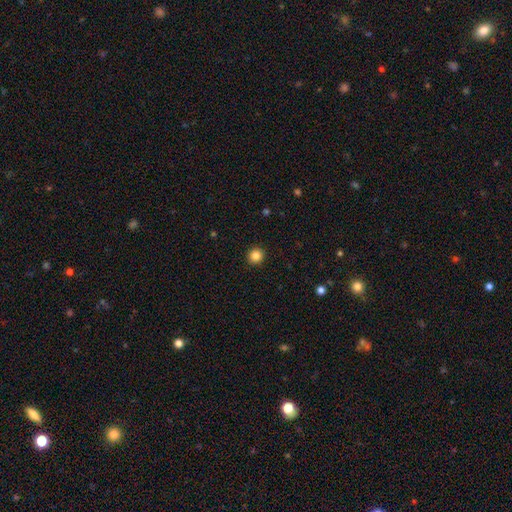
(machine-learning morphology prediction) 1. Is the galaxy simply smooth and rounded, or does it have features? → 85% smooth, 11% star or artifact, 4% featured or disk.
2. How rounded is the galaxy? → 93% round, 6% in between, 1% cigar-shaped.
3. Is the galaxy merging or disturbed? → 93% none, 5% minor disturbance, 2% major disturbance, 1% merger.